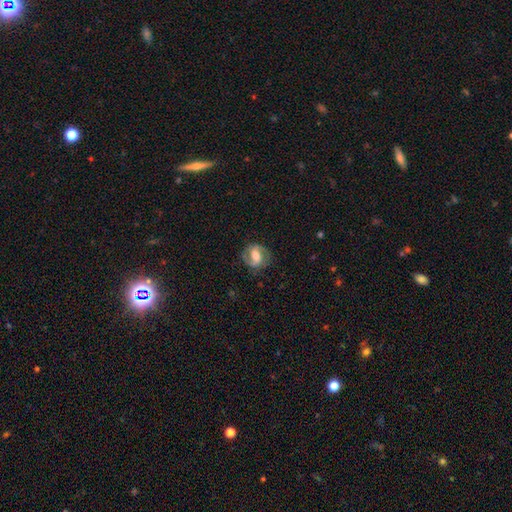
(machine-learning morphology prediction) Smooth or featured?
  - featured or disk: 80% *
  - smooth: 14%
  - star or artifact: 6%
Edge-on disk?
  - no: 98% *
  - yes: 2%
Bar?
  - weak: 47% *
  - strong: 31%
  - no: 22%
Spiral arms?
  - yes: 94% *
  - no: 6%
Spiral winding?
  - medium: 52% *
  - loose: 24%
  - tight: 24%
Spiral arm count?
  - 2: 90% *
  - can't tell: 4%
  - 1: 3%
  - 3: 1%
  - 4: 1%
  - more than 4: 1%
Bulge size?
  - moderate: 63% *
  - small: 19%
  - large: 14%
  - none: 3%
  - dominant: 2%
Merging?
  - none: 81% *
  - minor disturbance: 13%
  - major disturbance: 5%
  - merger: 1%